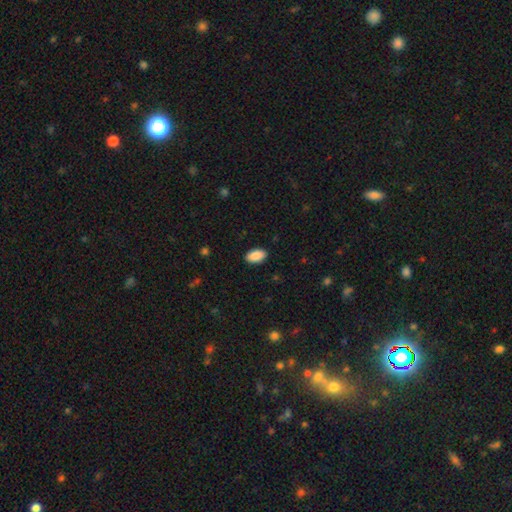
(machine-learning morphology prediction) Smooth or featured?
  - smooth: 90% *
  - star or artifact: 7%
  - featured or disk: 4%
How rounded?
  - in between: 94% *
  - round: 4%
  - cigar-shaped: 2%
Merging?
  - none: 89% *
  - minor disturbance: 8%
  - major disturbance: 2%
  - merger: 1%